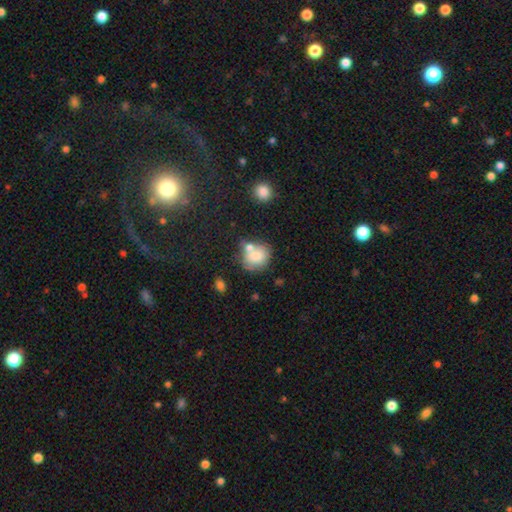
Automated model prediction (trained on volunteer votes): Overall: smooth (75%). How rounded: round (75%). Merging: none (48%; merger 30%).